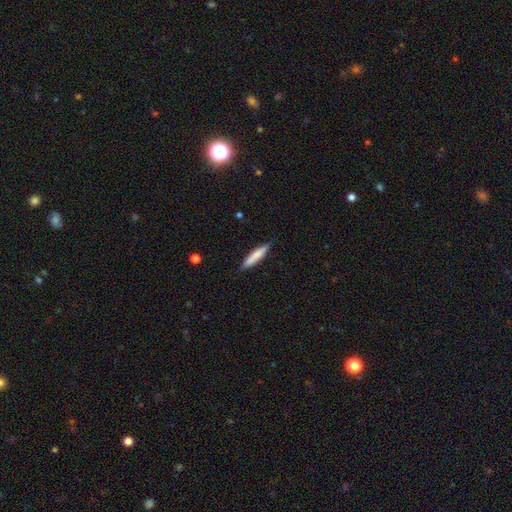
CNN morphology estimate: This is likely a smooth galaxy (78%). How rounded: clearly cigar-shaped (87%). Merging: clearly none (84%).